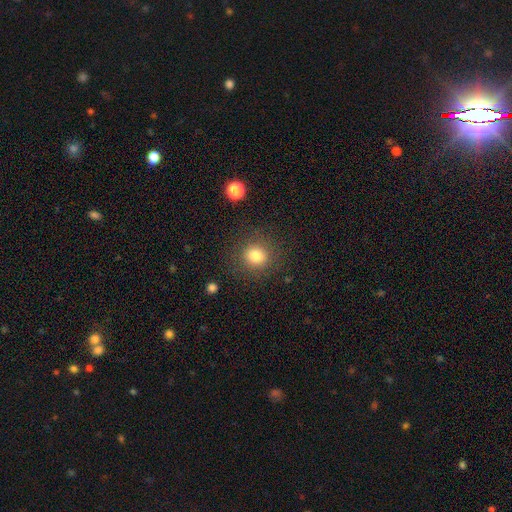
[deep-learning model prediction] smooth-or-featured: smooth: 81% | star or artifact: 12% | featured or disk: 7%
  how-rounded: round: 88% | in between: 11% | cigar-shaped: 1%
  merging: none: 86% | minor disturbance: 8% | major disturbance: 4% | merger: 2%